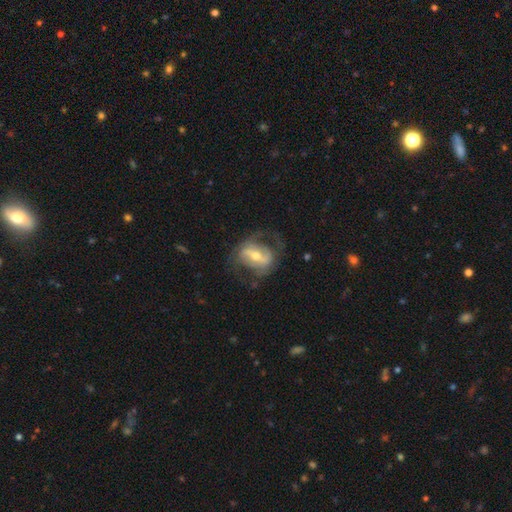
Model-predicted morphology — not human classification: type=featured or disk (77%); edge-on=no (94%); bar=strong (56%); spiral arms=yes (76%); winding=medium (44%); arm count=2 (75%); bulge=moderate (59%); merging=none (57%).